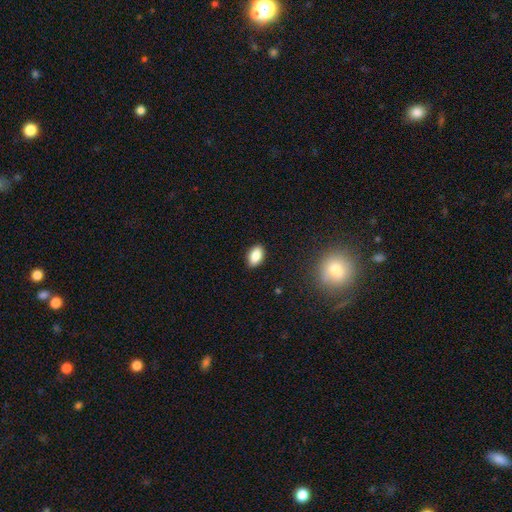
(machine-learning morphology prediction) A smooth galaxy with no disk features (85%) that is in between round and cigar-shaped (91%).

Vote fractions:
- Smooth or featured? smooth: 85% / star or artifact: 8% / featured or disk: 7%
- How rounded? in between: 91% / round: 5% / cigar-shaped: 3%
- Merging? none: 88% / minor disturbance: 9% / major disturbance: 2% / merger: 1%